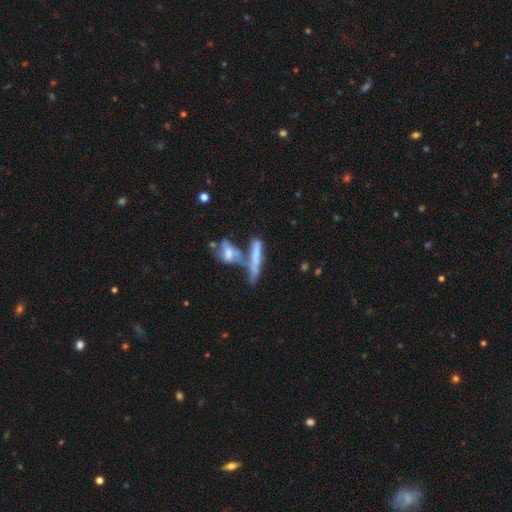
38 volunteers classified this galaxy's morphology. This appears to be a smooth galaxy with no disk features (55%) that is cigar-shaped (86%). Merging: merger (61%).